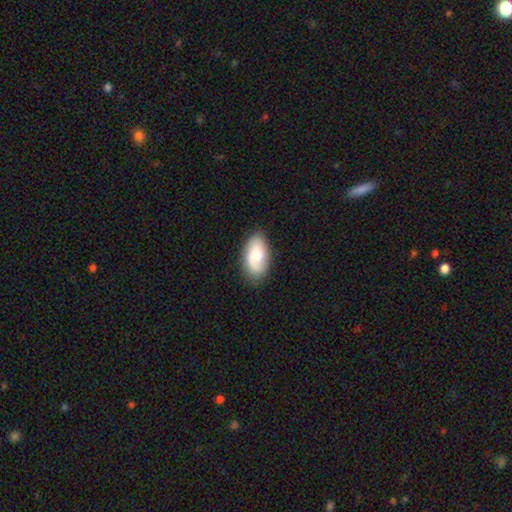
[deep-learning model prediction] Smooth or featured?
  - smooth: 63% *
  - featured or disk: 30%
  - star or artifact: 7%
How rounded?
  - in between: 94% *
  - round: 4%
  - cigar-shaped: 2%
Merging?
  - none: 80% *
  - minor disturbance: 15%
  - major disturbance: 4%
  - merger: 1%